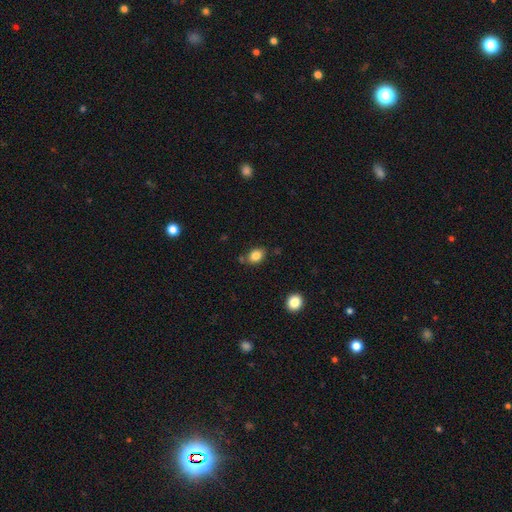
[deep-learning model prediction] smooth_or_featured: smooth (p=0.84) [alt: star or artifact p=0.10]
how_rounded: in between (p=0.68) [alt: round p=0.31]
merging: none (p=0.75) [alt: minor disturbance p=0.15]